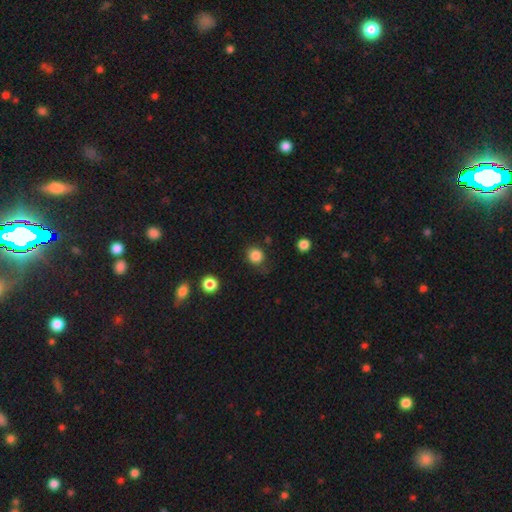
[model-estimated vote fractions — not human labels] smooth-or-featured: smooth: 85% | star or artifact: 11% | featured or disk: 4%
  how-rounded: round: 86% | in between: 13% | cigar-shaped: 1%
  merging: none: 76% | minor disturbance: 17% | major disturbance: 5% | merger: 2%